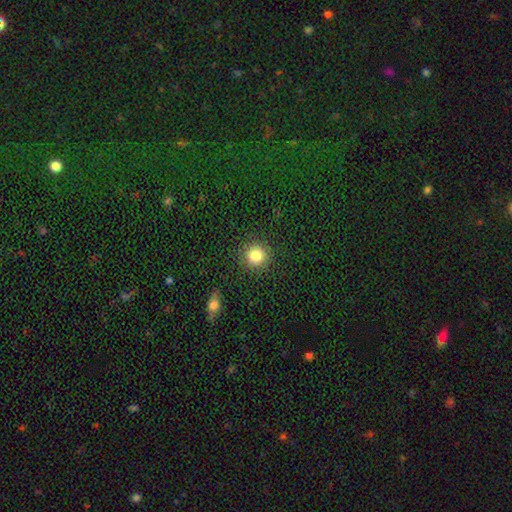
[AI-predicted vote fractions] Morphology: type=smooth (83%); roundness=round (92%); merging=none (90%).